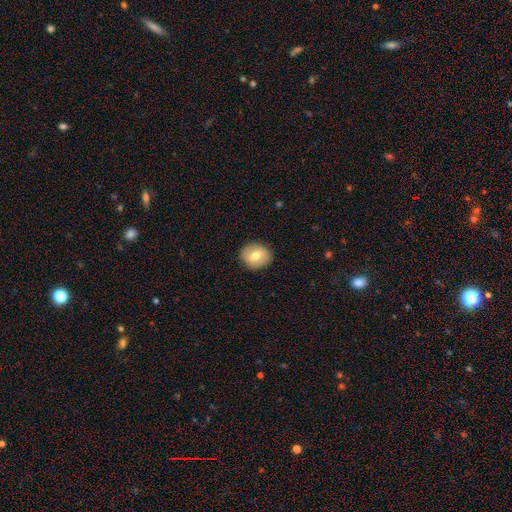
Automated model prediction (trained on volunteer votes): Smooth or featured: smooth — 66% (featured or disk — 26%)
How rounded: round — 65% (in between — 34%)
Merging: none — 88% (minor disturbance — 9%)